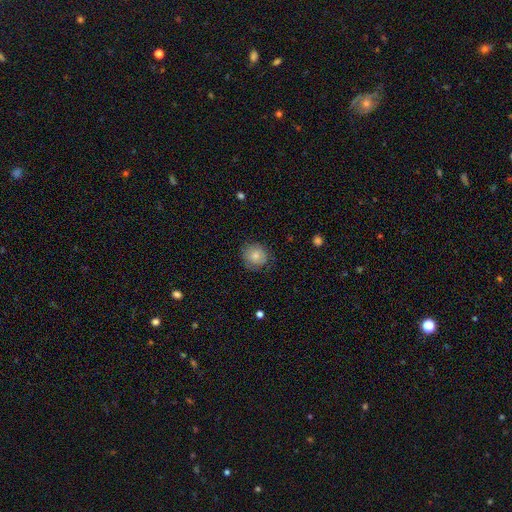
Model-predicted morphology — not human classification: Q: Smooth or featured?
A: smooth (73%); runner-up: featured or disk (19%)
Q: How rounded?
A: round (87%); runner-up: in between (12%)
Q: Merging?
A: none (75%); runner-up: minor disturbance (18%)